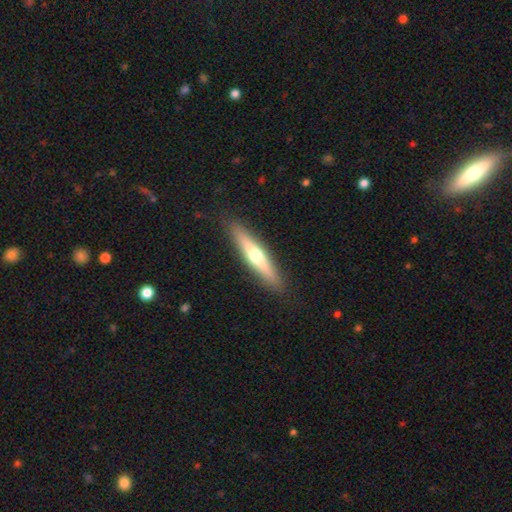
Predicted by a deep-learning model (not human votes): Smooth or featured? featured or disk (51%)
Edge-on disk? yes (92%)
Merging? none (90%)